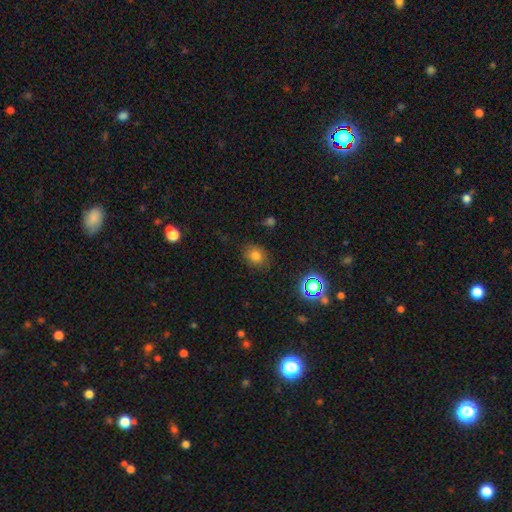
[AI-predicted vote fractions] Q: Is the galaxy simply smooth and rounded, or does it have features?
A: smooth — 76%.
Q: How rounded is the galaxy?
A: round — 61%.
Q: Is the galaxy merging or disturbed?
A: none — 82%.